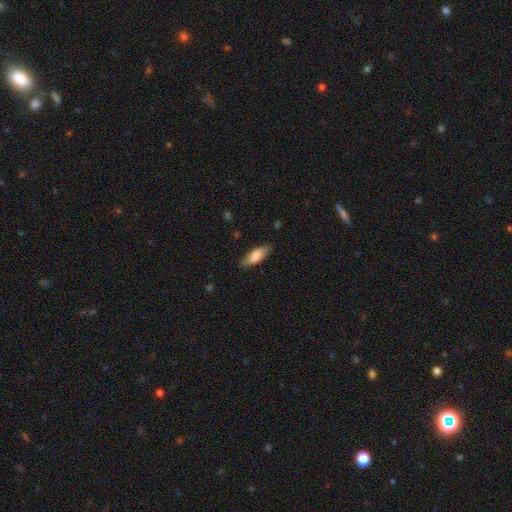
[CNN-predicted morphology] A smooth galaxy with no disk features (78%) that is in between round and cigar-shaped (67%). Merging: none (80%).